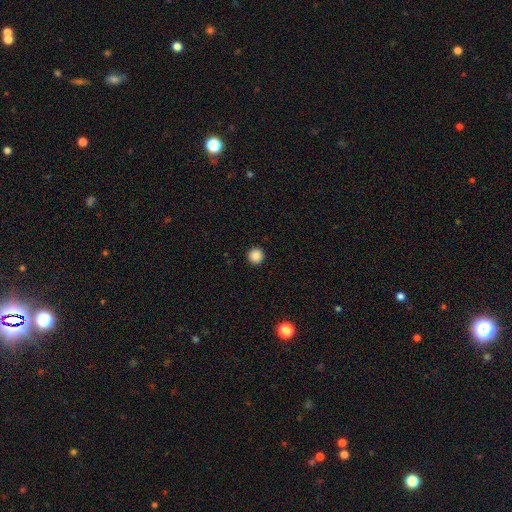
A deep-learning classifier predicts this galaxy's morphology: Smooth or featured?
  - smooth: 87% *
  - star or artifact: 10%
  - featured or disk: 2%
How rounded?
  - round: 97% *
  - in between: 3%
  - cigar-shaped: 1%
Merging?
  - none: 94% *
  - minor disturbance: 4%
  - major disturbance: 1%
  - merger: 1%